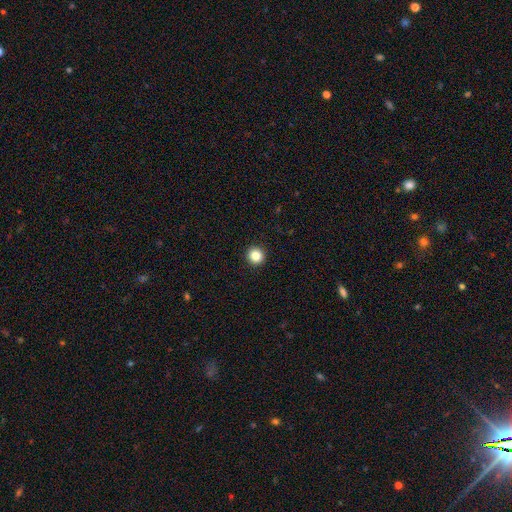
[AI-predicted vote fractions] The model was most divided on "smooth or featured": smooth: 85%, star or artifact: 11%, featured or disk: 5%. More confident: how rounded — round (95%); merging — none (94%).